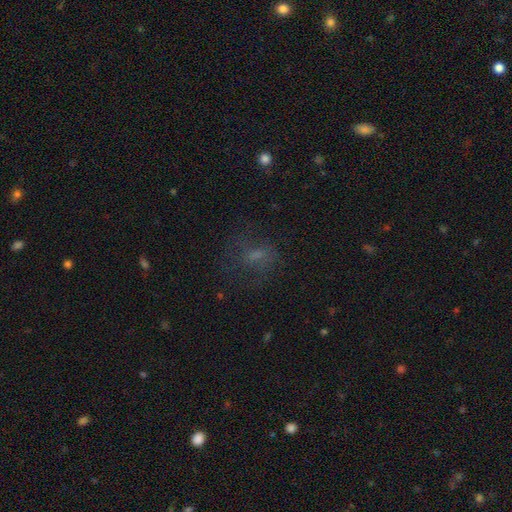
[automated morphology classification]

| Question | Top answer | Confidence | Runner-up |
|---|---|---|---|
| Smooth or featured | smooth | 48% | featured or disk (27%) |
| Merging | none | 59% | major disturbance (21%) |